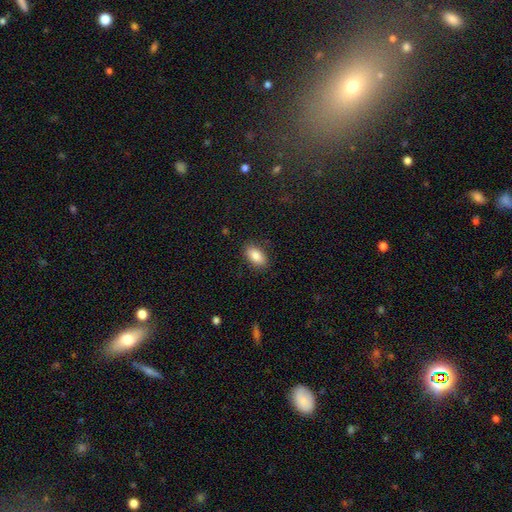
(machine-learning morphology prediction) This is clearly a smooth galaxy (84%). How rounded: clearly in between (91%). Merging: clearly none (86%).